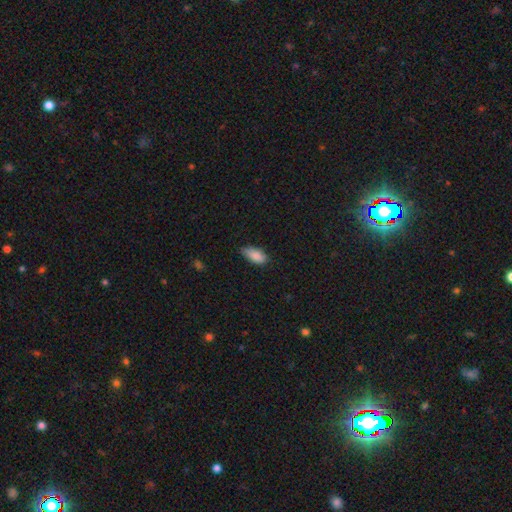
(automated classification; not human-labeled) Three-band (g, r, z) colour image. It shows a smooth galaxy with no disk features (88%) that is in between round and cigar-shaped (88%). Merging: none (67%).